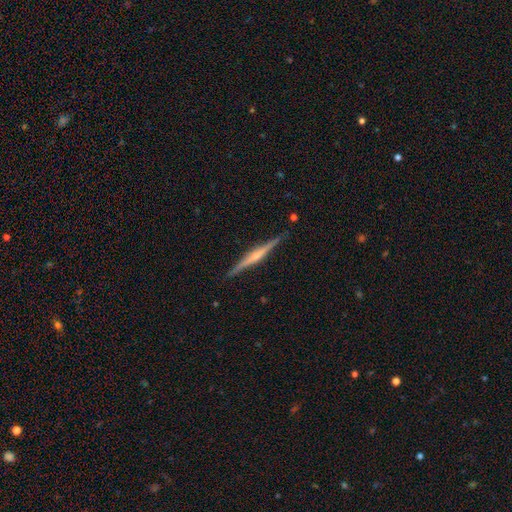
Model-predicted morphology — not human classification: The model was most divided on "edge-on bulge": rounded: 62%, none: 23%, boxy: 16%. More confident: edge-on disk — yes (98%); merging — none (89%); smooth or featured — featured or disk (76%).